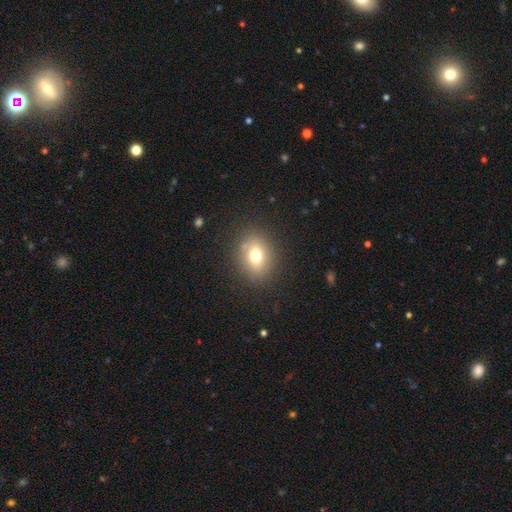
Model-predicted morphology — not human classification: smooth-or-featured: smooth: 71% | featured or disk: 15% | star or artifact: 14%
  how-rounded: in between: 50% | round: 48% | cigar-shaped: 1%
  merging: none: 84% | minor disturbance: 10% | major disturbance: 4% | merger: 2%